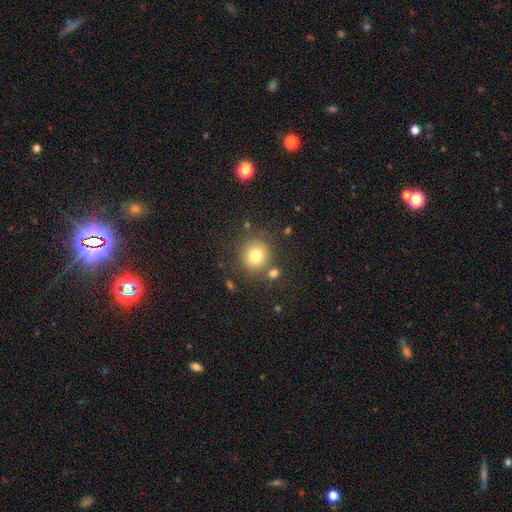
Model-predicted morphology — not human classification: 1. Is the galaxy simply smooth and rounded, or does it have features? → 78% smooth, 12% star or artifact, 10% featured or disk.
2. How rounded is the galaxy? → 87% round, 12% in between, 1% cigar-shaped.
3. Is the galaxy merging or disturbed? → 78% none, 10% minor disturbance, 8% merger, 4% major disturbance.